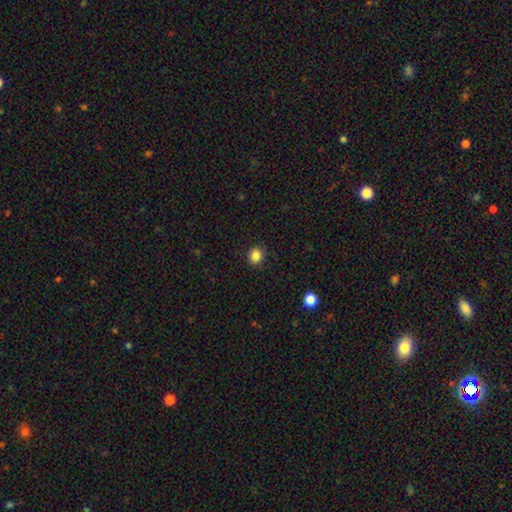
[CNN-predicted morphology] smooth 85%, star or artifact 11%, featured or disk 4%. Down the decision tree: how rounded — round (68%); merging — none (89%).